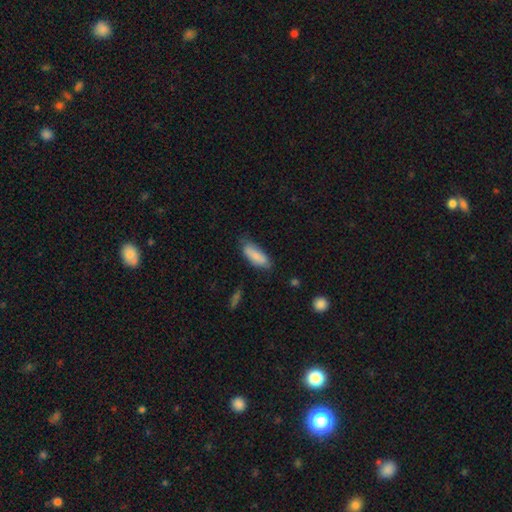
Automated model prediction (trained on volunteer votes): The model was most divided on "merging": none: 64%, minor disturbance: 27%, major disturbance: 6%, merger: 3%. More confident: smooth or featured — smooth (82%); how rounded — in between (72%).